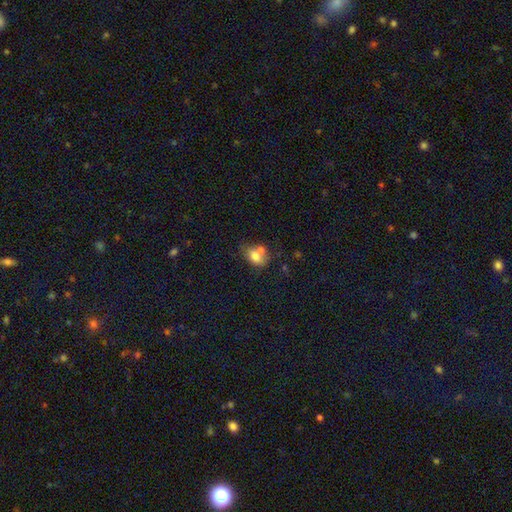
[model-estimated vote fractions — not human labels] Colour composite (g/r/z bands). It shows a smooth galaxy with no disk features (75%) that is in between round and cigar-shaped (69%). Merging: merger (40%).